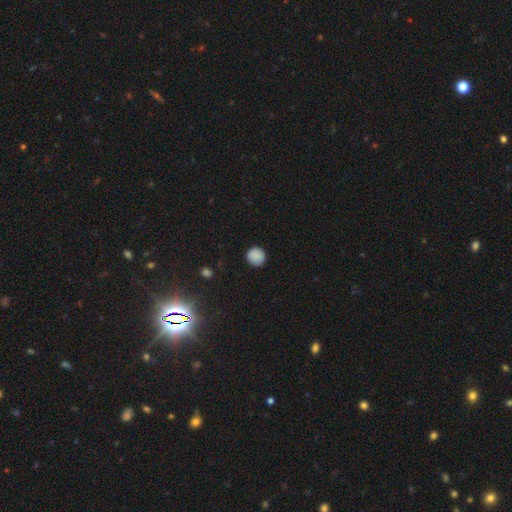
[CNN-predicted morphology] Overall: smooth (87%). How rounded: round (94%). Merging: none (90%).